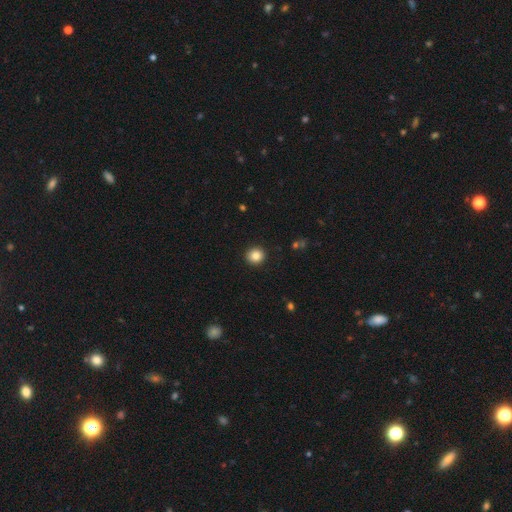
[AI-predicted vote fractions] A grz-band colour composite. It shows a smooth galaxy with no disk features (85%) that is round (88%). Merging: none (92%).